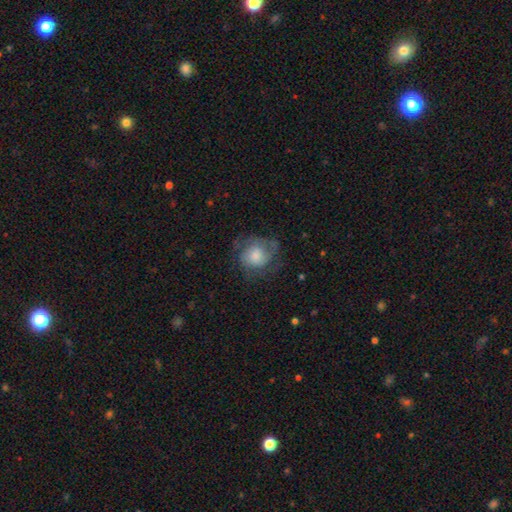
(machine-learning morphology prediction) Q: Smooth or featured?
A: smooth (54%); runner-up: featured or disk (38%)
Q: How rounded?
A: round (79%); runner-up: in between (20%)
Q: Merging?
A: none (57%); runner-up: minor disturbance (23%)